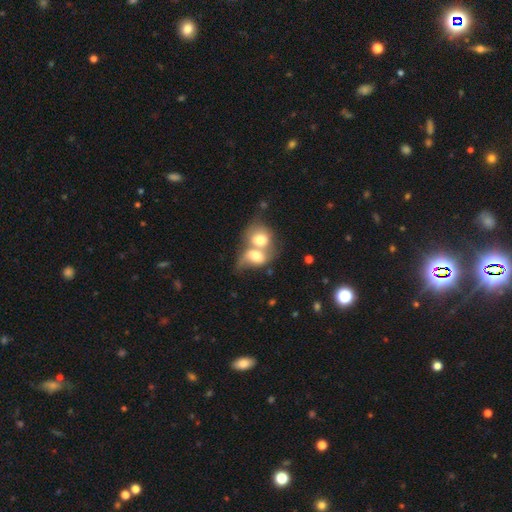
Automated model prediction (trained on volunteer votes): This appears to be a smooth galaxy with no disk features (64%) that is in between round and cigar-shaped (59%). Merging: merger (82%).